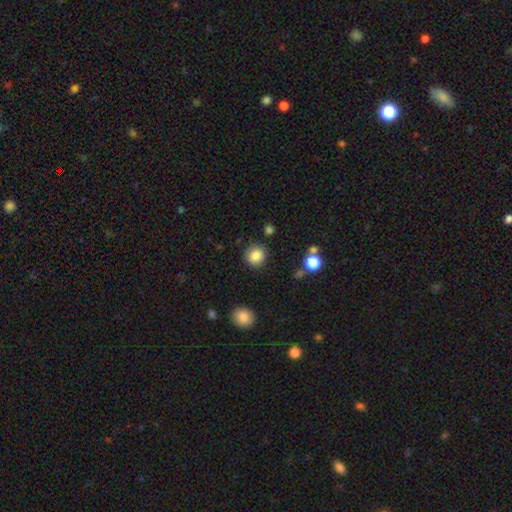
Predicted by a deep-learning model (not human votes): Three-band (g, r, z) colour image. It shows a smooth galaxy with no disk features (85%) that is round (86%). Merging: none (86%).